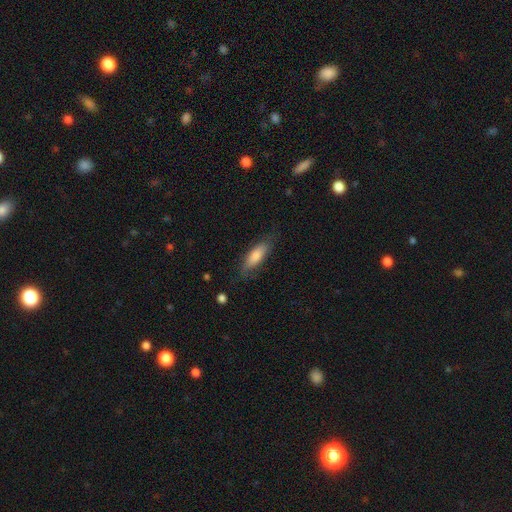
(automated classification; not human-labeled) A smooth galaxy with no disk features (72%) that is in between round and cigar-shaped (52%). Merging: none (76%).